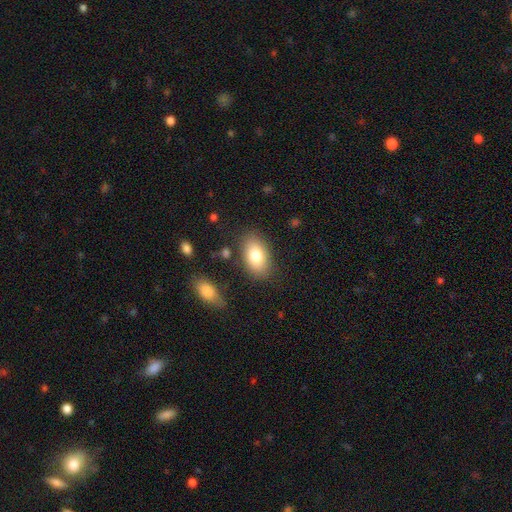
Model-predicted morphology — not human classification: smooth_or_featured: smooth (p=0.80) [alt: featured or disk p=0.13]
how_rounded: in between (p=0.91) [alt: round p=0.08]
merging: none (p=0.82) [alt: minor disturbance p=0.12]